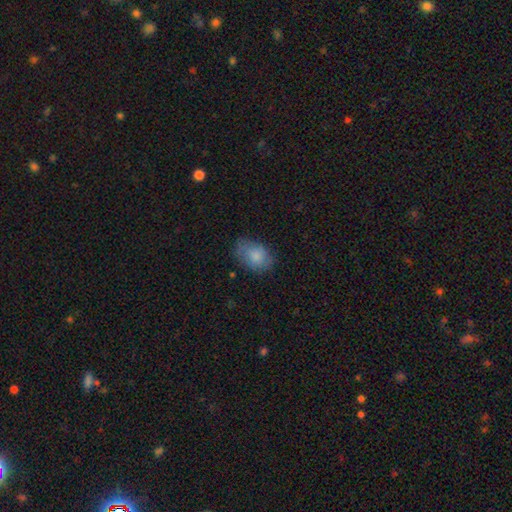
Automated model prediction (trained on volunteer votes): Morphology: type=smooth (81%); roundness=in between (84%); merging=none (67%).